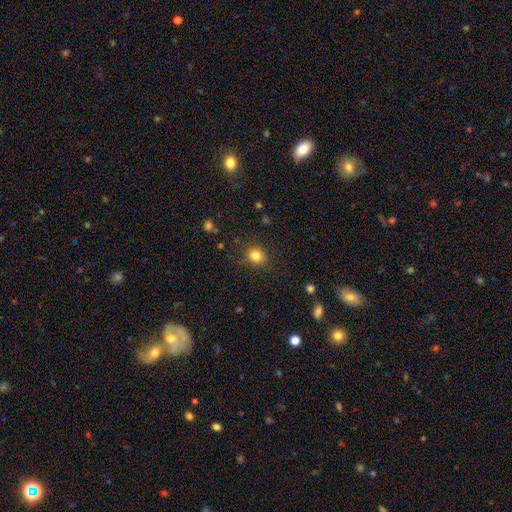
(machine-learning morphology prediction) smooth 82%, star or artifact 12%, featured or disk 6%. Down the decision tree: how rounded — round (85%); merging — none (86%).